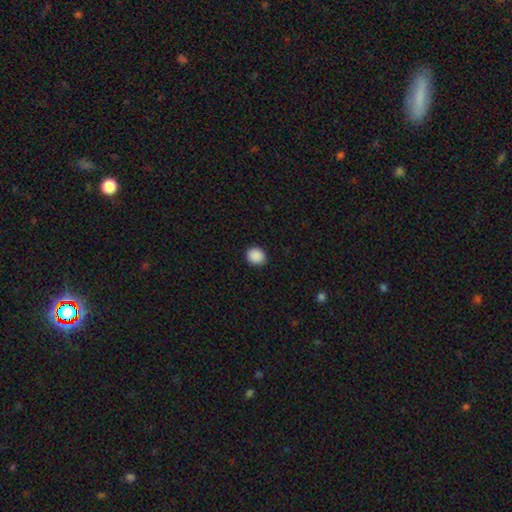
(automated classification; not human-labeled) The model was most divided on "how rounded": round: 83%, in between: 16%, cigar-shaped: 1%. More confident: merging — none (92%); smooth or featured — smooth (90%).